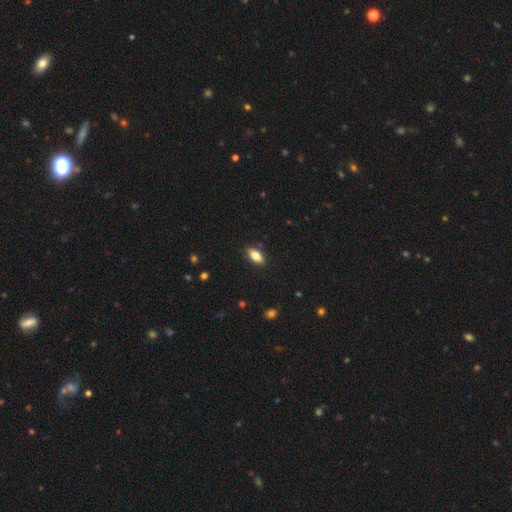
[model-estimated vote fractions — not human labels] smooth 77%, featured or disk 15%, star or artifact 8%. Down the decision tree: how rounded — in between (85%); merging — none (87%).